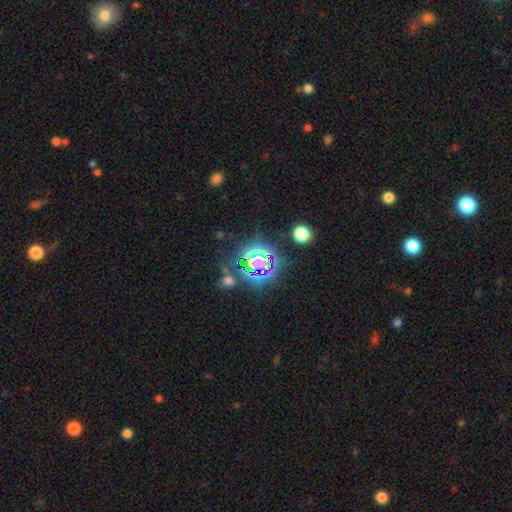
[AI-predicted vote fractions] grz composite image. It shows a star or artifact, not a galaxy (75%).